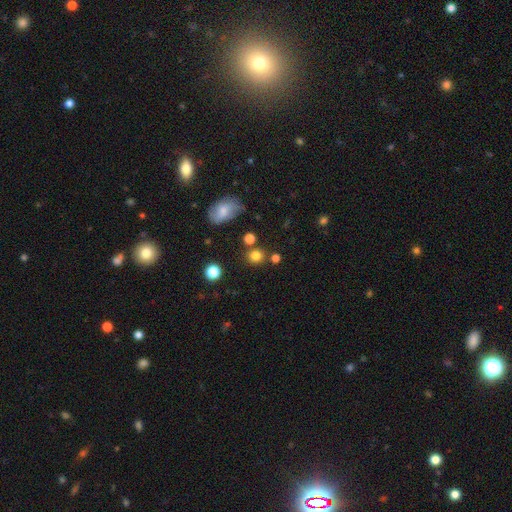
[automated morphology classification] smooth-or-featured: smooth: 80% | star or artifact: 14% | featured or disk: 6%
  how-rounded: round: 84% | in between: 15% | cigar-shaped: 1%
  merging: none: 78% | minor disturbance: 9% | merger: 9% | major disturbance: 3%